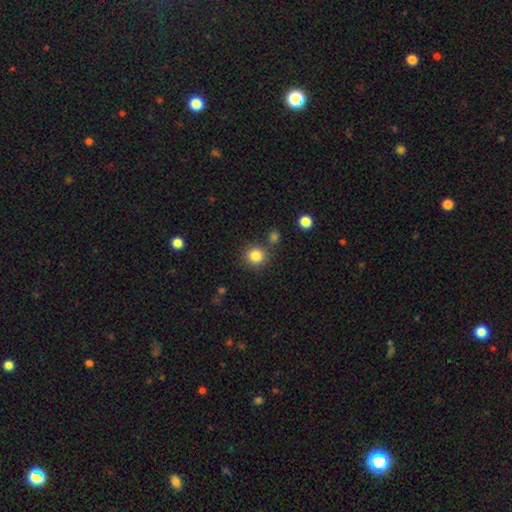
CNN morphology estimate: smooth_or_featured: smooth (p=0.84) [alt: star or artifact p=0.11]
how_rounded: round (p=0.91) [alt: in between p=0.08]
merging: none (p=0.82) [alt: merger p=0.08]